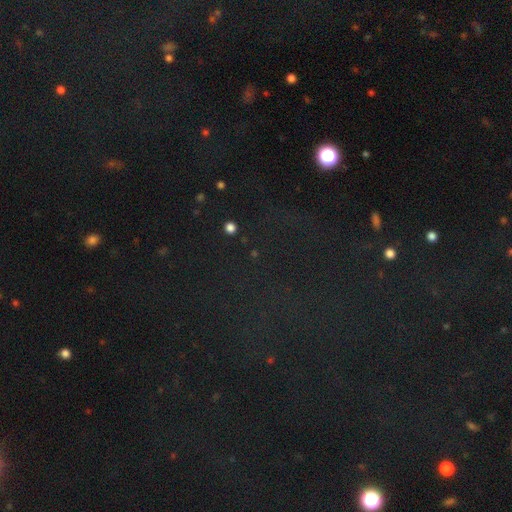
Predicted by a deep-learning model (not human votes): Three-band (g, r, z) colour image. It shows a star or artifact, not a galaxy (78%).